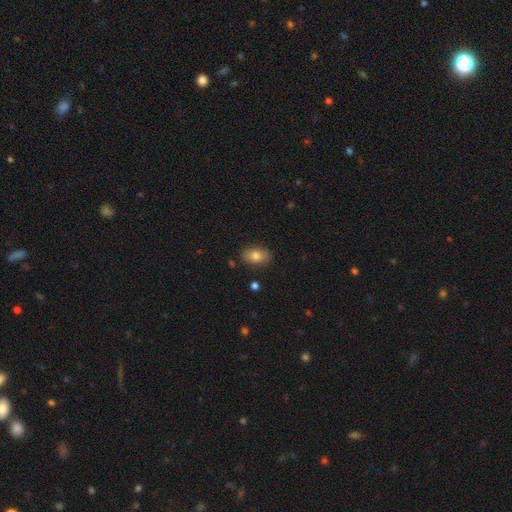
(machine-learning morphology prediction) Overall: smooth (80%). How rounded: in between (85%). Merging: none (86%).